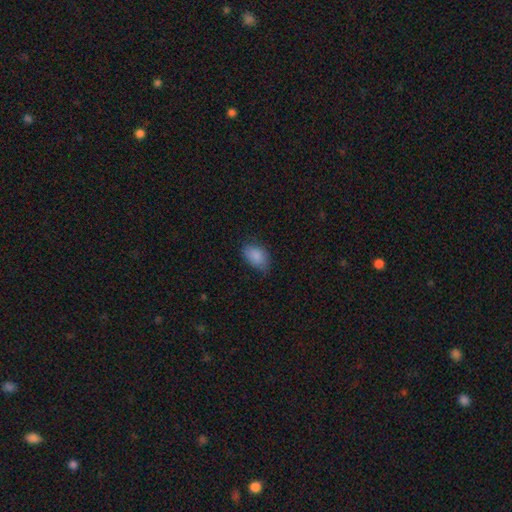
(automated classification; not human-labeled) Smooth or featured: smooth — 87% (star or artifact — 8%)
How rounded: in between — 88% (round — 10%)
Merging: none — 70% (minor disturbance — 24%)